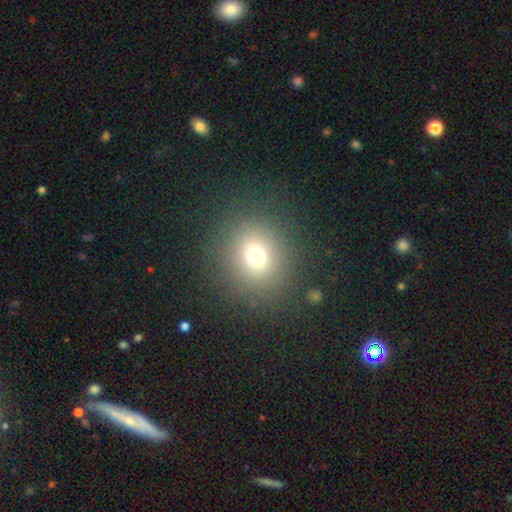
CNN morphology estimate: The model was most divided on "smooth or featured": smooth: 70%, star or artifact: 21%, featured or disk: 10%. More confident: merging — none (85%); how rounded — round (85%).